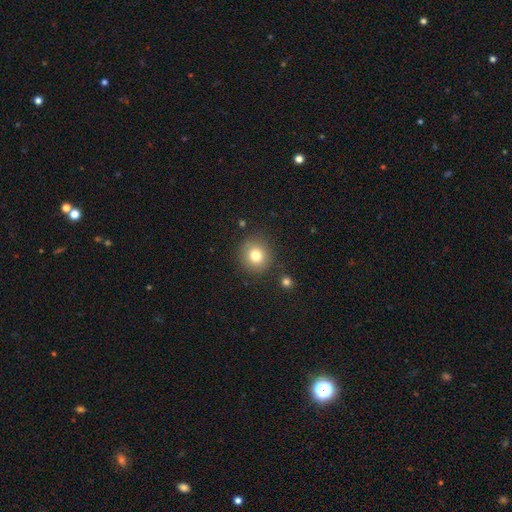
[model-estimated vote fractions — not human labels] A smooth galaxy with no disk features (79%) that is round (91%). Merging: none (86%).